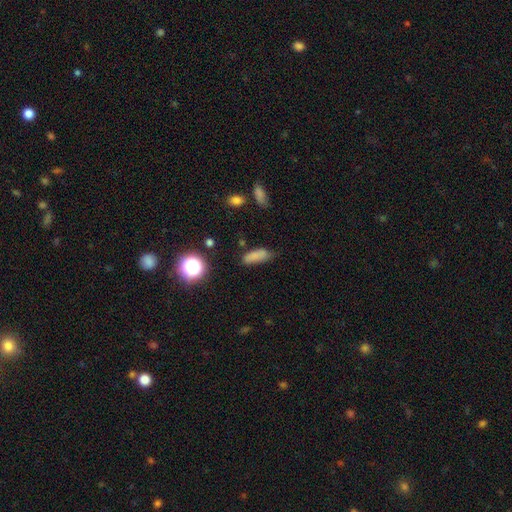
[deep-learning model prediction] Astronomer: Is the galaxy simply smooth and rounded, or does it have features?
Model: smooth — 78%.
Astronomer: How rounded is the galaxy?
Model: in between — 64%.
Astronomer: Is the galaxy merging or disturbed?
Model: none — 66%.